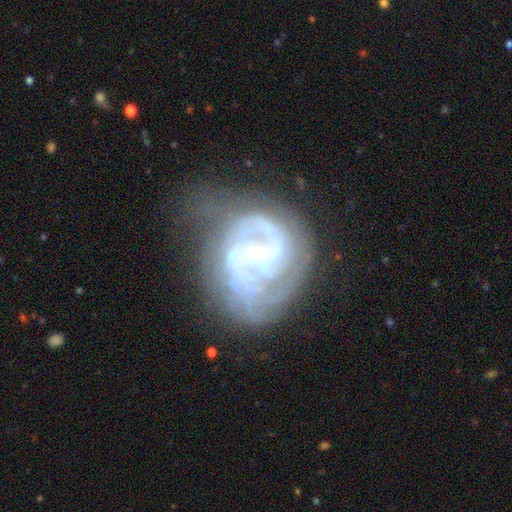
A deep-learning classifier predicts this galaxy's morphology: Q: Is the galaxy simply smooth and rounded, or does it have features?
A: featured or disk — 84%.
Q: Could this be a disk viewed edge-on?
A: no — 98%.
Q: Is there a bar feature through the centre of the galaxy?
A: no — 63%.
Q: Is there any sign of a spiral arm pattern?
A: yes — 89%.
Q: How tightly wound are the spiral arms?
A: tight — 53%.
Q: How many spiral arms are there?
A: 2 — 33%.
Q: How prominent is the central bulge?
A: small — 78%.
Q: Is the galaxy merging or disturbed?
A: none — 41%.